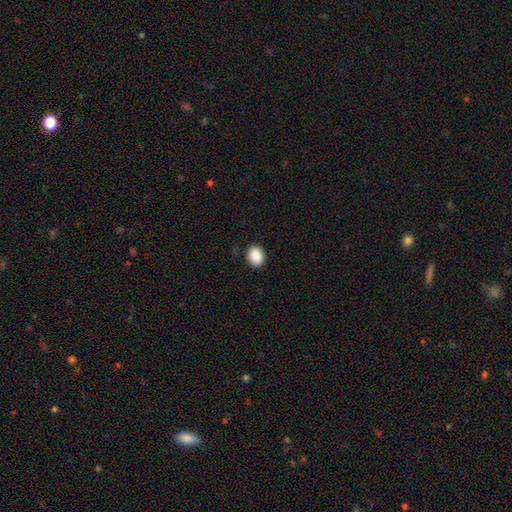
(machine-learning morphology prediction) The model was most divided on "how rounded": in between: 54%, round: 45%, cigar-shaped: 1%. More confident: smooth or featured — smooth (90%); merging — none (88%).